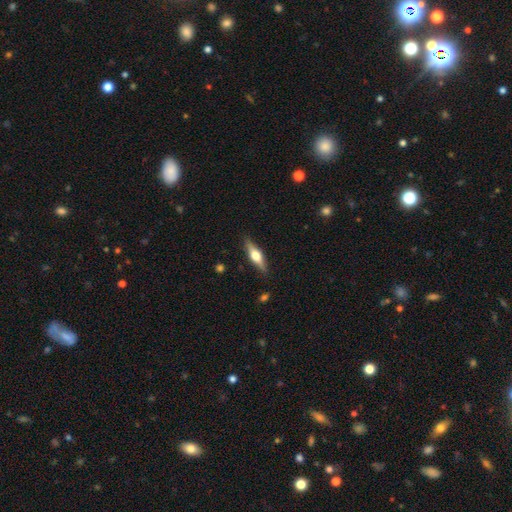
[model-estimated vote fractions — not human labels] Morphology: type=featured or disk (60%); edge-on=yes (95%); edge-on bulge=rounded (93%); merging=none (87%).